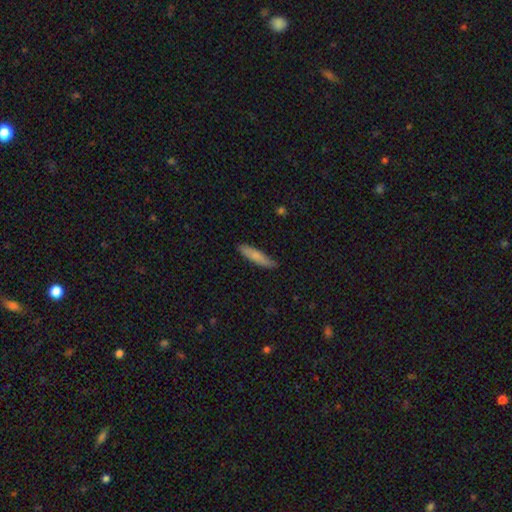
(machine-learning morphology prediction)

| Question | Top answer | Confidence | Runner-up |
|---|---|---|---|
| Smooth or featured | smooth | 77% | featured or disk (17%) |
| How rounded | cigar-shaped | 82% | in between (17%) |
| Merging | none | 81% | minor disturbance (16%) |